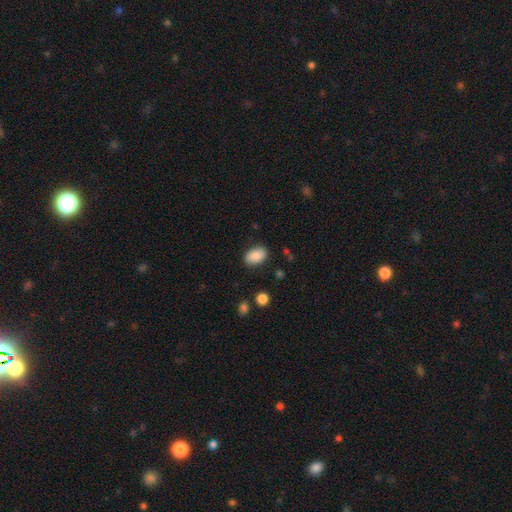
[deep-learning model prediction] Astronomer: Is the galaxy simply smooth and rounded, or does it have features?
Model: smooth — 84%.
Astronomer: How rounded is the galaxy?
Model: in between — 88%.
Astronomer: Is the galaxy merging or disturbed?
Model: none — 84%.